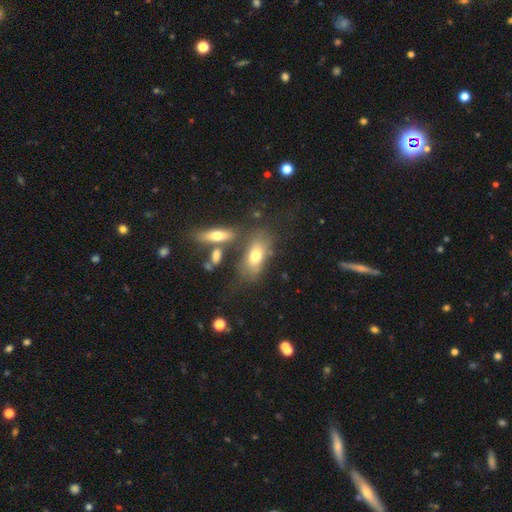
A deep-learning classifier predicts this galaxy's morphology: type=smooth (65%); roundness=in between (84%); merging=none (53%).